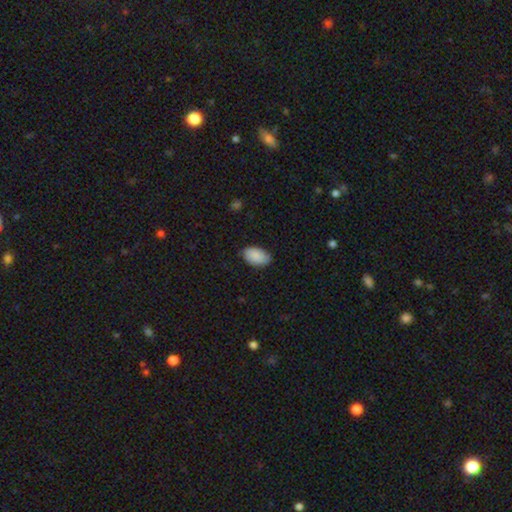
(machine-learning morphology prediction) Smooth or featured?
  - smooth: 89% *
  - star or artifact: 6%
  - featured or disk: 5%
How rounded?
  - in between: 94% *
  - round: 5%
  - cigar-shaped: 1%
Merging?
  - none: 84% *
  - minor disturbance: 13%
  - major disturbance: 2%
  - merger: 1%